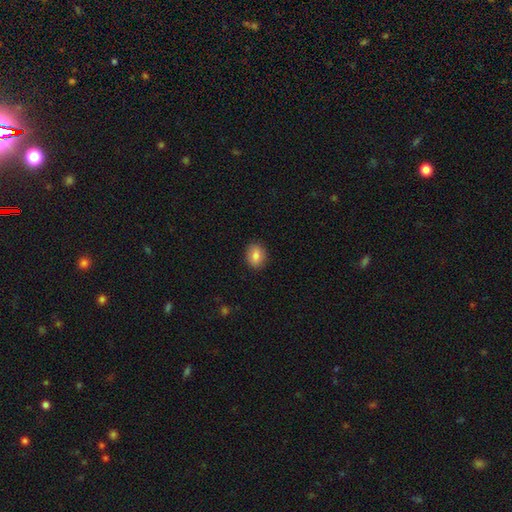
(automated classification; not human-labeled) smooth 82%, featured or disk 10%, star or artifact 8%. Down the decision tree: how rounded — in between (52%); merging — none (89%).